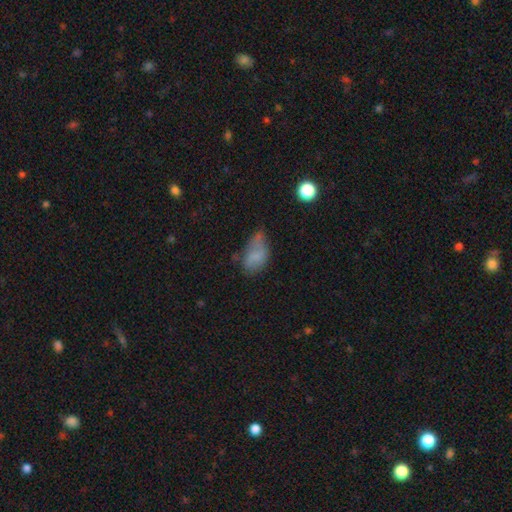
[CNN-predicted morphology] A smooth galaxy with no disk features (70%) that is in between round and cigar-shaped (90%).

Vote fractions:
- Smooth or featured? smooth: 70% / featured or disk: 19% / star or artifact: 11%
- How rounded? in between: 90% / round: 7% / cigar-shaped: 3%
- Merging? minor disturbance: 37% / none: 31% / major disturbance: 24% / merger: 8%